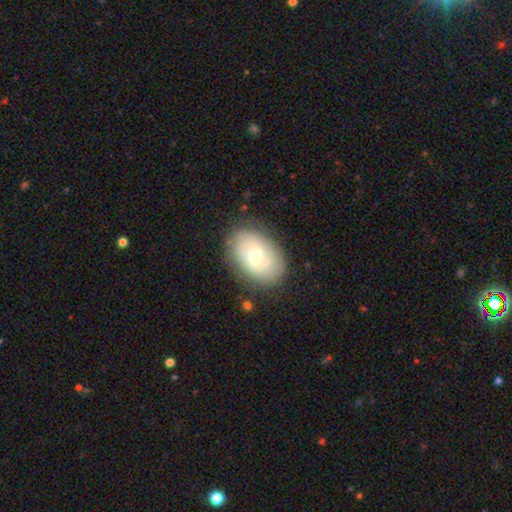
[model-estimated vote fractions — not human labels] Smooth or featured? Predicted: featured or disk (p=0.49). Merging? Predicted: none (p=0.79).